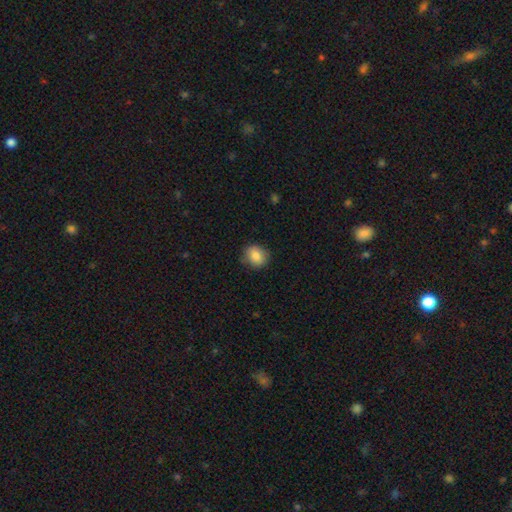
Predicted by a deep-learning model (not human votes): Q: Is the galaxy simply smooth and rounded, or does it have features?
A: smooth — 84%.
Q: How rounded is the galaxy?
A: round — 70%.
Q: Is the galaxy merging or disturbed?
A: none — 80%.